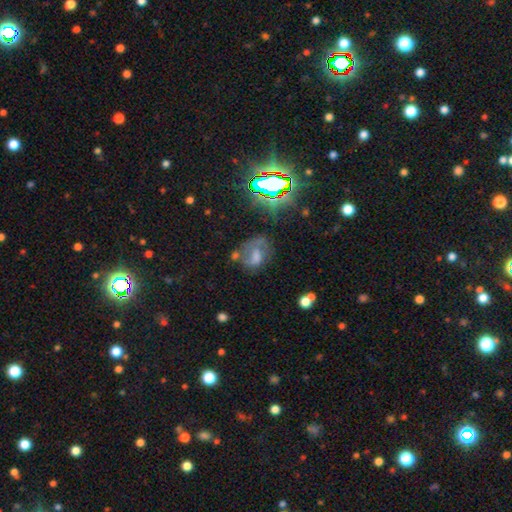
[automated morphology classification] star or artifact 37%, featured or disk 35%, smooth 29%.